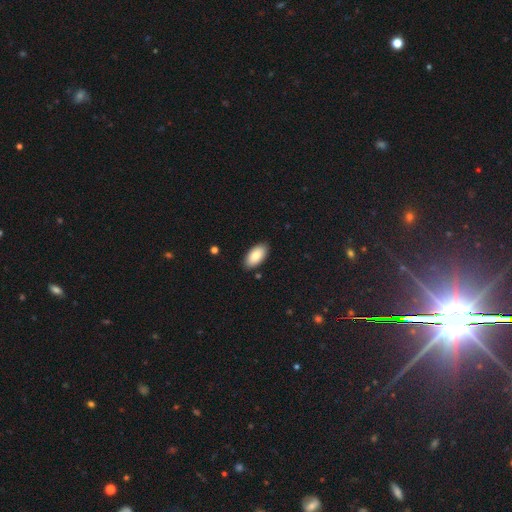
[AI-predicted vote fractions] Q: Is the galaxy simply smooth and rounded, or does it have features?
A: smooth — 84%.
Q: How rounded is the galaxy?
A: in between — 95%.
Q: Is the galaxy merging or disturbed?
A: none — 88%.